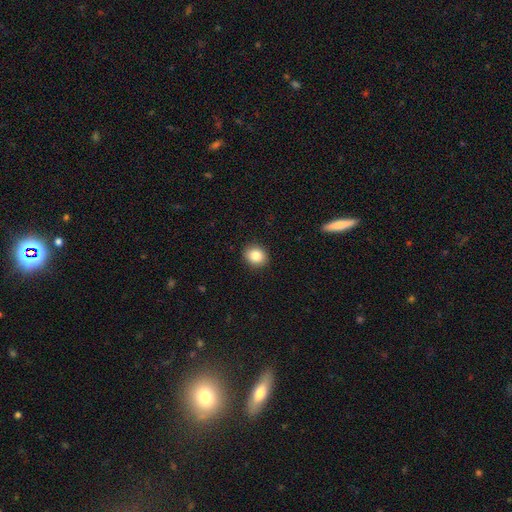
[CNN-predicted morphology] smooth_or_featured: smooth (p=0.85) [alt: star or artifact p=0.10]
how_rounded: round (p=0.72) [alt: in between p=0.27]
merging: none (p=0.91) [alt: minor disturbance p=0.06]